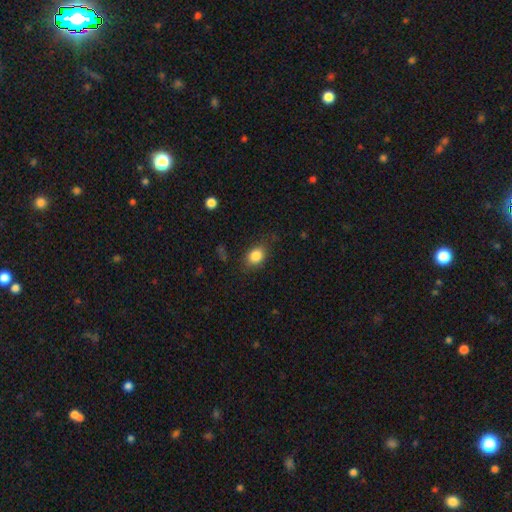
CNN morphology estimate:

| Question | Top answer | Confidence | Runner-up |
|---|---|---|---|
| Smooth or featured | smooth | 85% | star or artifact (9%) |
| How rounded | in between | 58% | round (41%) |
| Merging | none | 76% | minor disturbance (17%) |